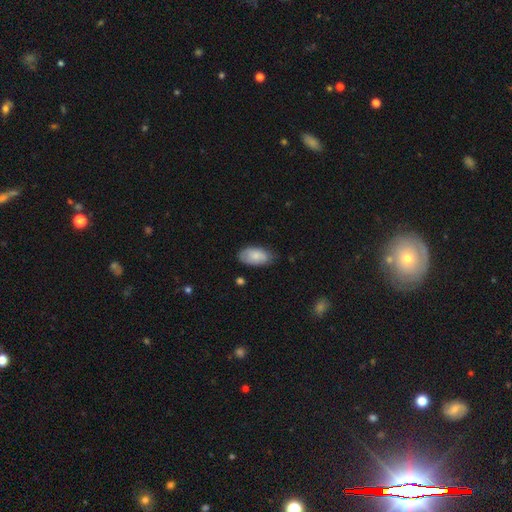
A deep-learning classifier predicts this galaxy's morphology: Smooth or featured: smooth — 81% (featured or disk — 13%)
How rounded: in between — 94% (round — 3%)
Merging: none — 70% (minor disturbance — 24%)